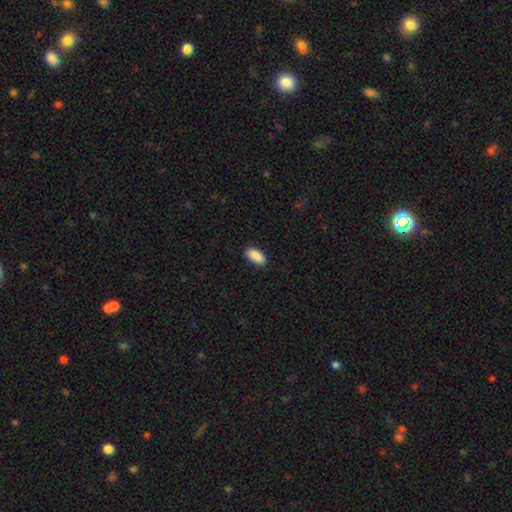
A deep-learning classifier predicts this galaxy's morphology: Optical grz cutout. It shows a smooth galaxy with no disk features (90%) that is in between round and cigar-shaped (91%). Merging: none (83%).